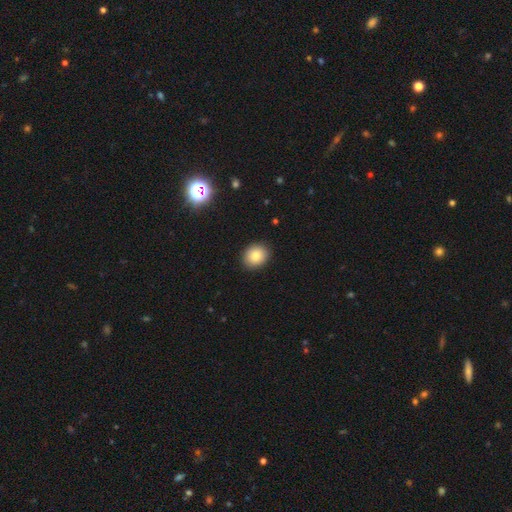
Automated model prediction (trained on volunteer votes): Q: Smooth or featured?
A: smooth (84%); runner-up: star or artifact (9%)
Q: How rounded?
A: round (64%); runner-up: in between (35%)
Q: Merging?
A: none (90%); runner-up: minor disturbance (7%)